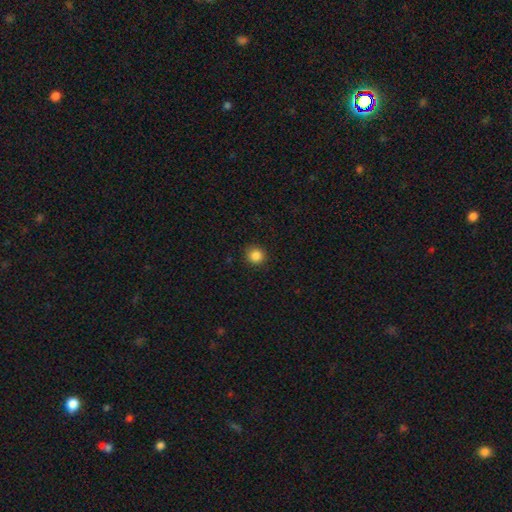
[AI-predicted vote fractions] This is clearly a smooth galaxy (86%). How rounded: clearly round (92%). Merging: clearly none (90%).